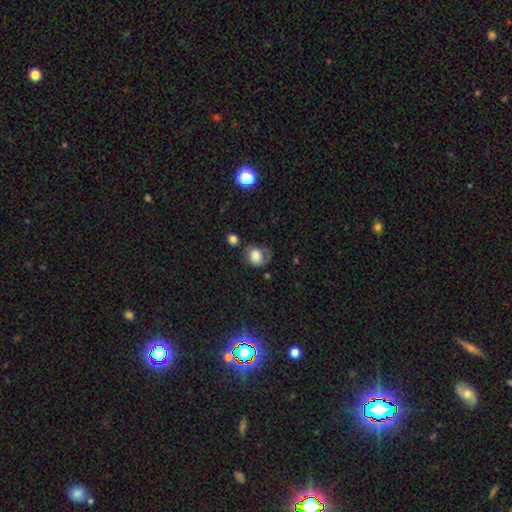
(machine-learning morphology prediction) A smooth galaxy with no disk features (72%) that is round (59%).

Vote fractions:
- Smooth or featured? smooth: 72% / featured or disk: 19% / star or artifact: 10%
- How rounded? round: 59% / in between: 40% / cigar-shaped: 1%
- Merging? none: 40% / minor disturbance: 32% / major disturbance: 23% / merger: 6%